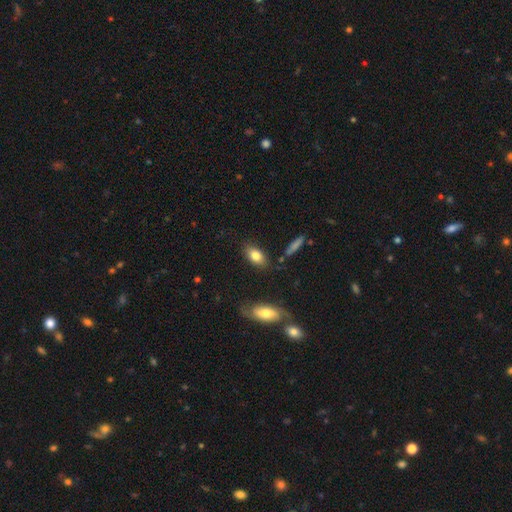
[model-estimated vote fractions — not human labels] A smooth galaxy with no disk features (80%) that is in between round and cigar-shaped (88%). Merging: none (80%).